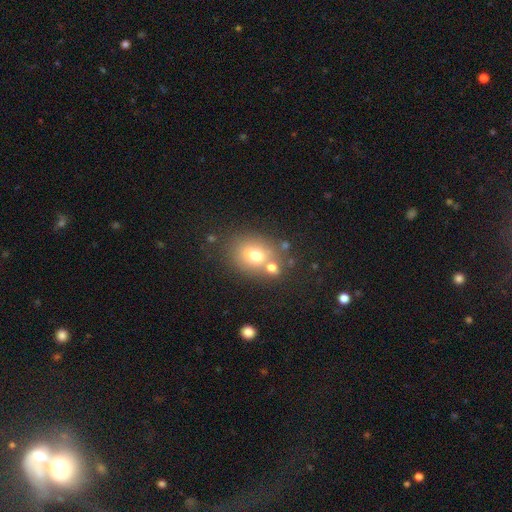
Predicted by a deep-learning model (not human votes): Q: Smooth or featured?
A: smooth (69%); runner-up: featured or disk (16%)
Q: How rounded?
A: round (56%); runner-up: in between (43%)
Q: Merging?
A: none (62%); runner-up: merger (19%)